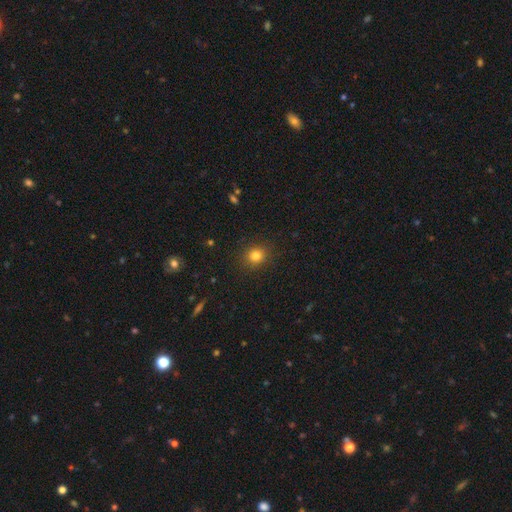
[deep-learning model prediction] smooth-or-featured: smooth: 82% | star or artifact: 13% | featured or disk: 5%
  how-rounded: round: 82% | in between: 17% | cigar-shaped: 1%
  merging: none: 89% | minor disturbance: 7% | major disturbance: 2% | merger: 1%